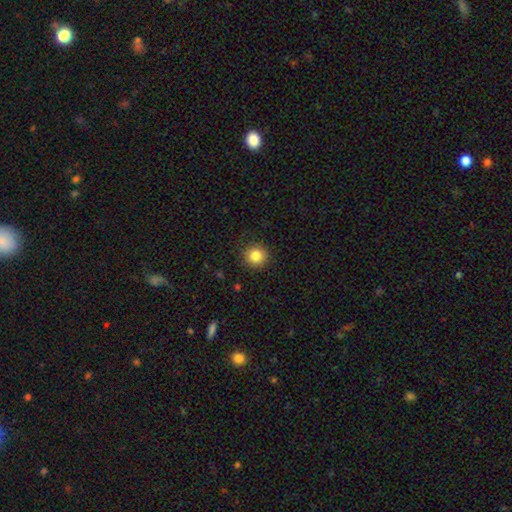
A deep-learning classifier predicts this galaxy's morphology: This is clearly a smooth galaxy (84%). How rounded: clearly round (93%). Merging: clearly none (90%).